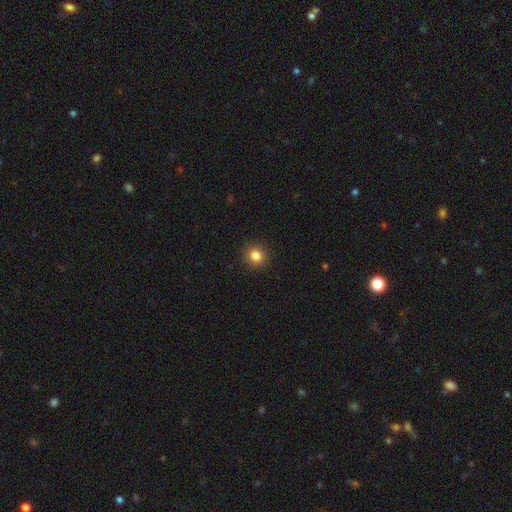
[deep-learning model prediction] Morphology: type=smooth (84%); roundness=round (89%); merging=none (91%).